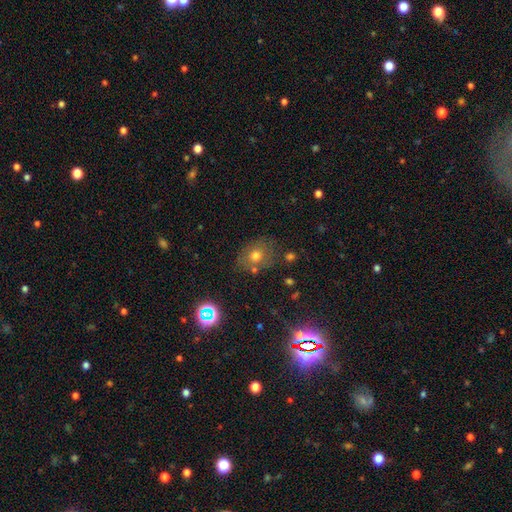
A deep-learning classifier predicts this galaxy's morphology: This appears to be a smooth galaxy with no disk features (67%) that is round (56%). Merging: none (71%).